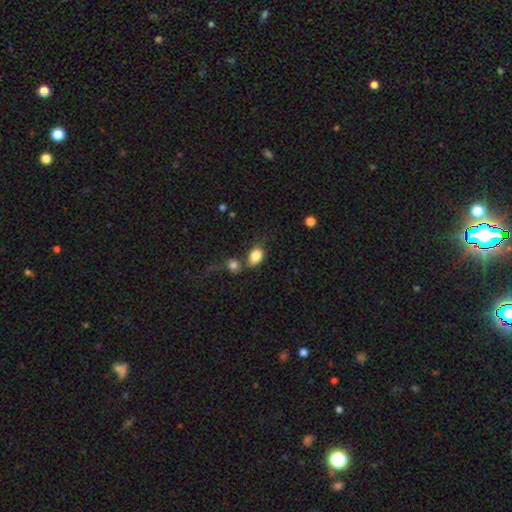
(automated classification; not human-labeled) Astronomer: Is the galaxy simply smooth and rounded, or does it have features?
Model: smooth — 85%.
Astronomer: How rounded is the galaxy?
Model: in between — 77%.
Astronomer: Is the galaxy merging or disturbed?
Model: none — 48% (runner-up: merger, 29%).